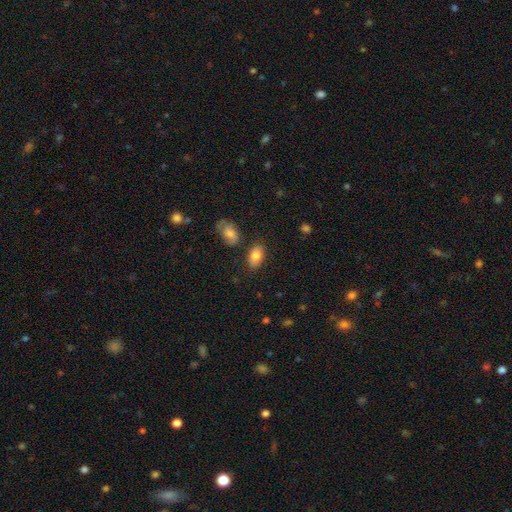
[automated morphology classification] Q: Smooth or featured?
A: smooth (84%); runner-up: featured or disk (9%)
Q: How rounded?
A: in between (92%); runner-up: round (6%)
Q: Merging?
A: none (78%); runner-up: minor disturbance (13%)